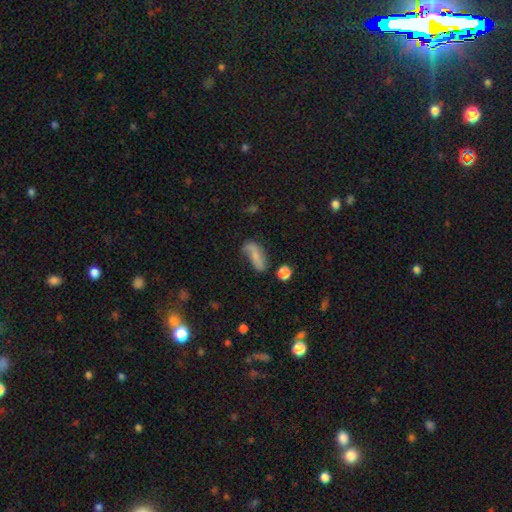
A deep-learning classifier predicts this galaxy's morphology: Smooth or featured? Predicted: smooth (p=0.53). How rounded? Predicted: in between (p=0.75). Merging? Predicted: none (p=0.49).